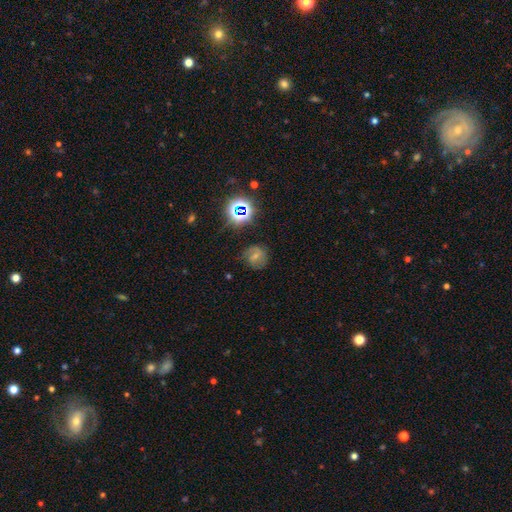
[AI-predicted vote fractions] smooth_or_featured: featured or disk (p=0.43) [alt: smooth p=0.36]
merging: none (p=0.69) [alt: minor disturbance p=0.20]